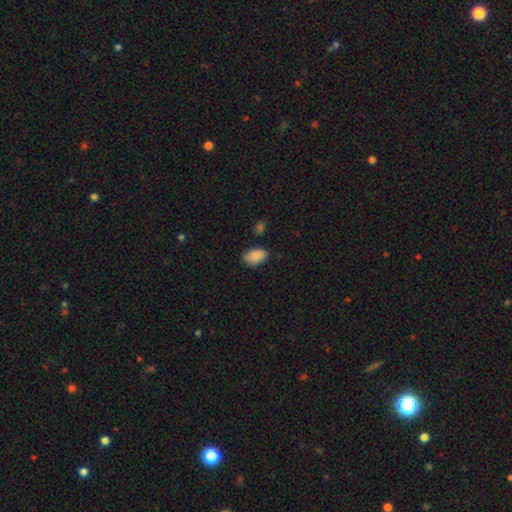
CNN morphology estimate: Smooth or featured?
  - smooth: 88% *
  - star or artifact: 8%
  - featured or disk: 5%
How rounded?
  - in between: 89% *
  - round: 10%
  - cigar-shaped: 1%
Merging?
  - none: 74% *
  - minor disturbance: 20%
  - major disturbance: 4%
  - merger: 2%